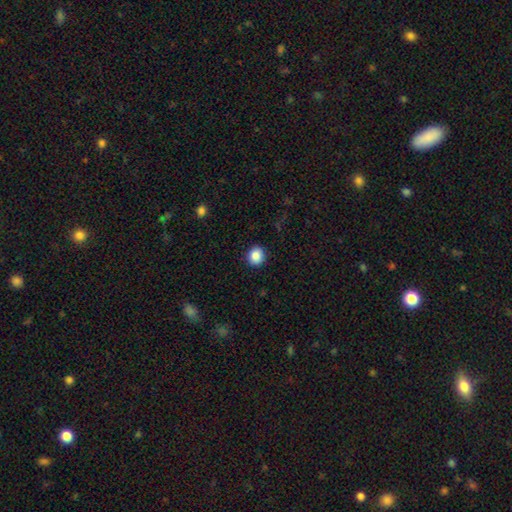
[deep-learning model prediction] Smooth or featured? smooth (87%)
How rounded? round (81%)
Merging? none (91%)